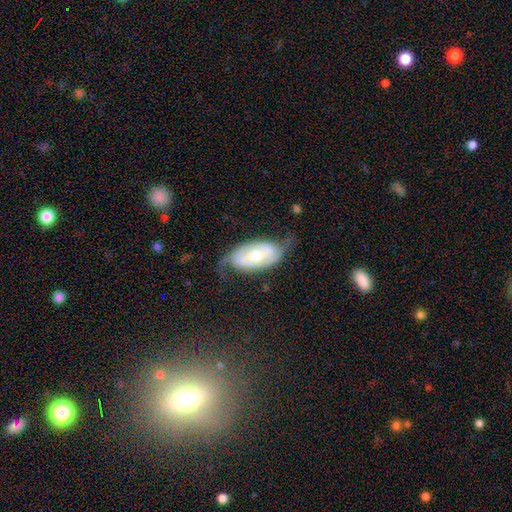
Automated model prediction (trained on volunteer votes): Smooth or featured? featured or disk (69%)
Edge-on disk? no (92%)
Bar? no (54%)
Spiral arms? yes (76%)
Bulge size? moderate (71%)
Merging? none (57%)